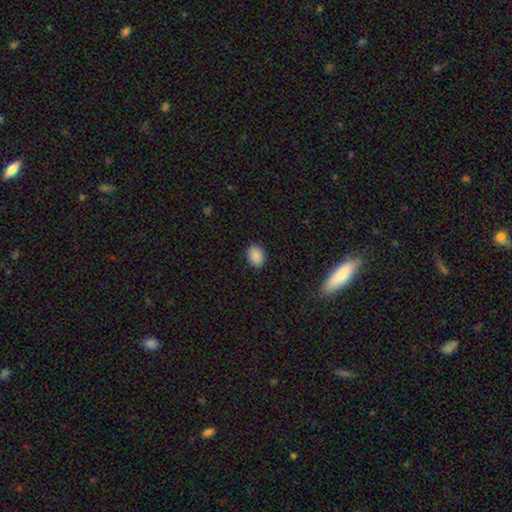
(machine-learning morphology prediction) type=smooth (88%); roundness=in between (64%); merging=none (88%).